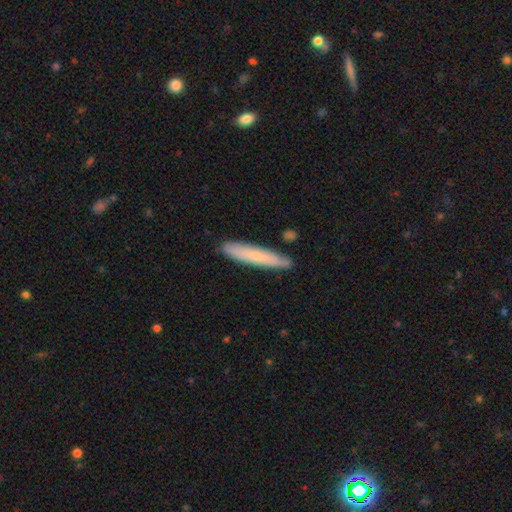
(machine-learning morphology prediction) This is likely a smooth galaxy (67%). How rounded: clearly cigar-shaped (91%). Merging: clearly none (86%).